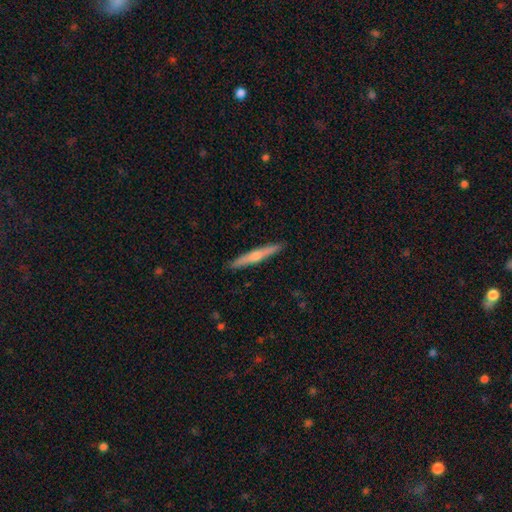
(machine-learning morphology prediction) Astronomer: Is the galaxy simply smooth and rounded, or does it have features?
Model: featured or disk — 63%.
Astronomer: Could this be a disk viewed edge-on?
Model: yes — 97%.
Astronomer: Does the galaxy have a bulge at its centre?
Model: rounded — 83%.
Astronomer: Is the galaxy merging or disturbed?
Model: none — 91%.